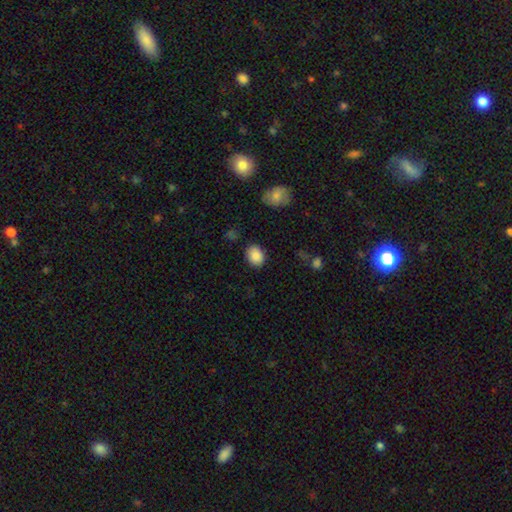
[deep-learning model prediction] Morphology: type=smooth (88%); roundness=in between (54%); merging=none (83%).